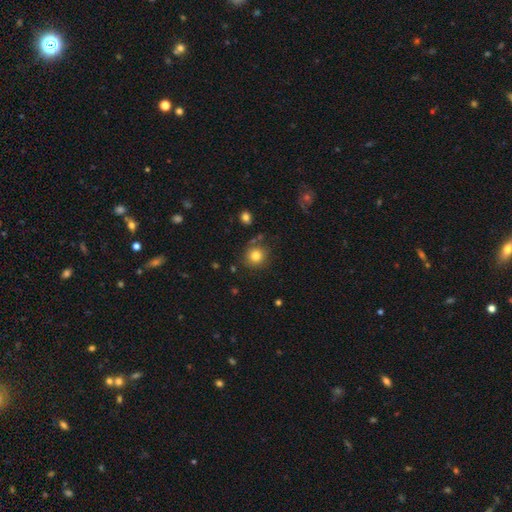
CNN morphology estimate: A smooth galaxy with no disk features (81%) that is round (91%).

Vote fractions:
- Smooth or featured? smooth: 81% / star or artifact: 12% / featured or disk: 8%
- How rounded? round: 91% / in between: 8% / cigar-shaped: 1%
- Merging? none: 81% / minor disturbance: 10% / merger: 5% / major disturbance: 3%